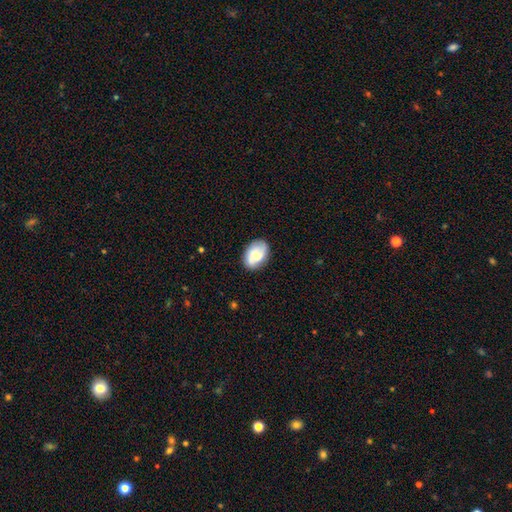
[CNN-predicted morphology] Smooth or featured?
  - smooth: 59% *
  - featured or disk: 33%
  - star or artifact: 8%
How rounded?
  - in between: 86% *
  - round: 12%
  - cigar-shaped: 1%
Merging?
  - none: 80% *
  - minor disturbance: 15%
  - major disturbance: 3%
  - merger: 1%